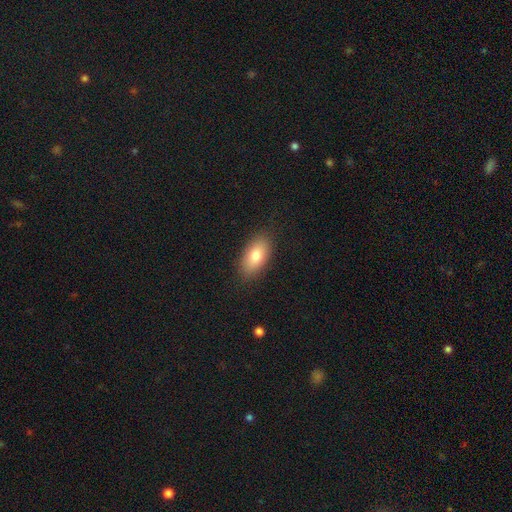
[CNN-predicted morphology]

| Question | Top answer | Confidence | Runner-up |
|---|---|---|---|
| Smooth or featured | smooth | 80% | featured or disk (13%) |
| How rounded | in between | 91% | cigar-shaped (5%) |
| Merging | none | 86% | minor disturbance (10%) |